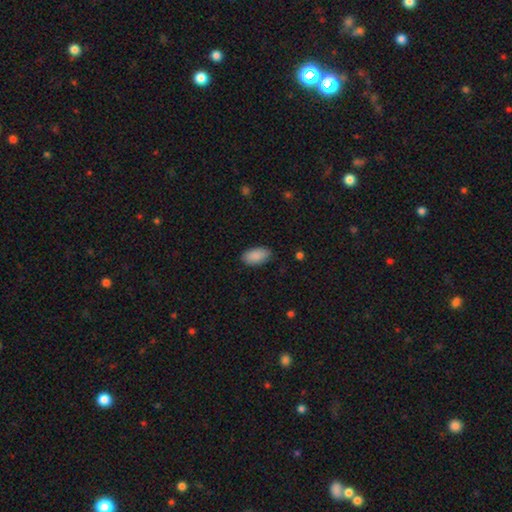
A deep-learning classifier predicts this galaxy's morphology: Overall: smooth (90%). How rounded: in between (94%). Merging: none (85%).